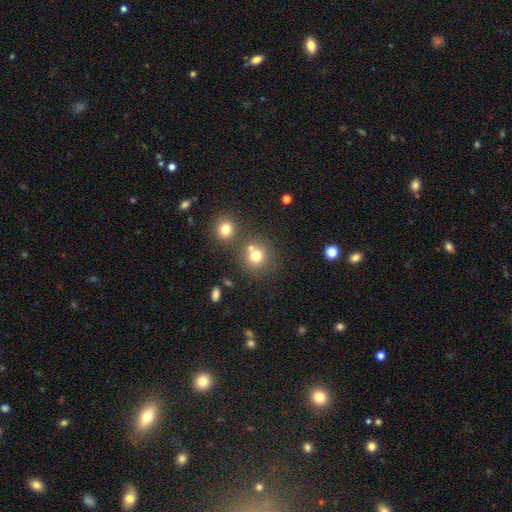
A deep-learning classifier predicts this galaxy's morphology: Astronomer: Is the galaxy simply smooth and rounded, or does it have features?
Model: smooth — 75%.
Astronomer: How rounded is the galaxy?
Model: round — 88%.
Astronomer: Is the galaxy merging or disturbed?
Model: none — 60%.